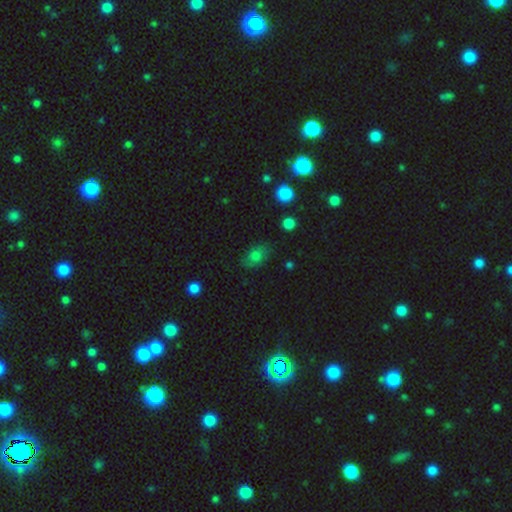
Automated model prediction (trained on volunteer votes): A smooth galaxy with no disk features (72%) that is in between round and cigar-shaped (77%).

Vote fractions:
- Smooth or featured? smooth: 72% / featured or disk: 16% / star or artifact: 12%
- How rounded? in between: 77% / round: 21% / cigar-shaped: 2%
- Merging? none: 73% / minor disturbance: 19% / major disturbance: 6% / merger: 2%